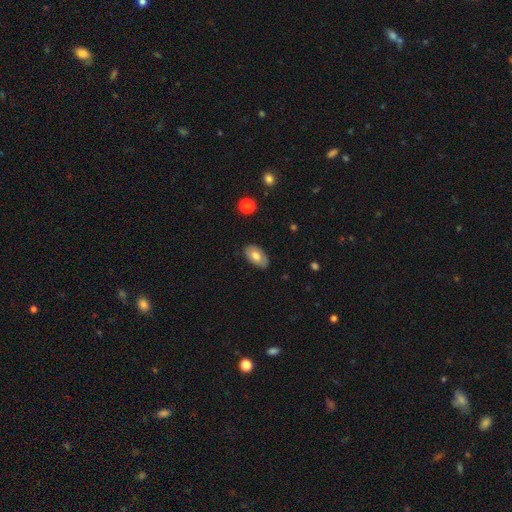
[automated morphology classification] smooth 71%, featured or disk 22%, star or artifact 7%. Down the decision tree: how rounded — in between (94%); merging — none (83%).